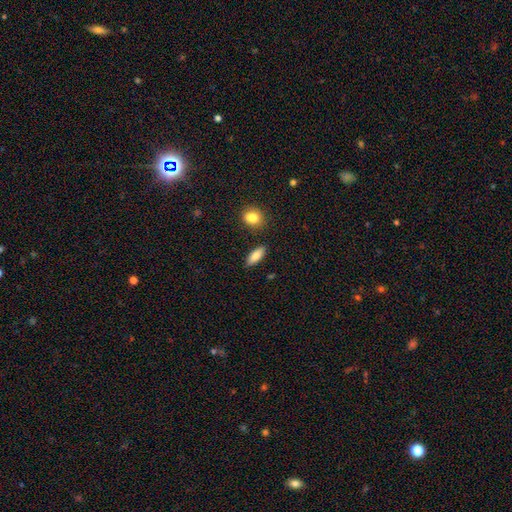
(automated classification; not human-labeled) This appears to be a smooth galaxy with no disk features (83%) that is in between round and cigar-shaped (75%). Merging: none (85%).